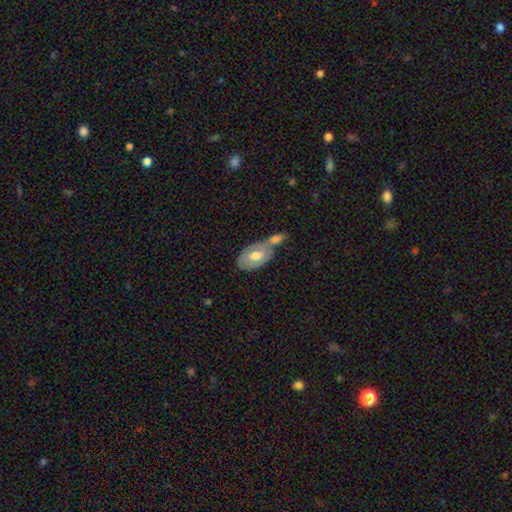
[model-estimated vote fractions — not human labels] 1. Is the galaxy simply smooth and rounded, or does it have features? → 57% smooth, 38% featured or disk, 6% star or artifact.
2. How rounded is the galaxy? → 91% in between, 7% round, 2% cigar-shaped.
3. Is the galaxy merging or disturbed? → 50% merger, 32% none, 13% minor disturbance, 5% major disturbance.